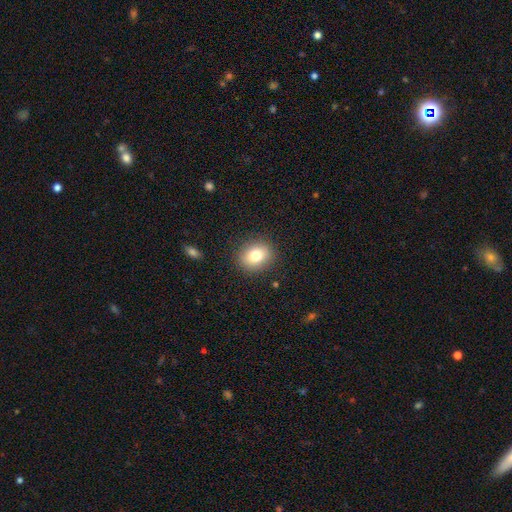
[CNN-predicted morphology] Smooth or featured? Predicted: smooth (p=0.78). How rounded? Predicted: round (p=0.59). Merging? Predicted: none (p=0.88).